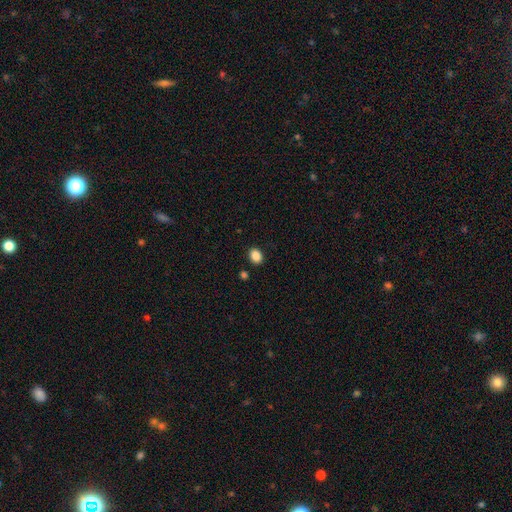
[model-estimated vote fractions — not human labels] This is clearly a smooth galaxy (87%). How rounded: likely in between (62%). Merging: clearly none (87%).